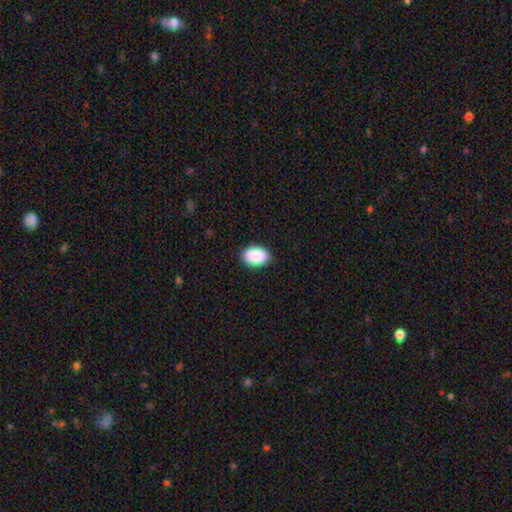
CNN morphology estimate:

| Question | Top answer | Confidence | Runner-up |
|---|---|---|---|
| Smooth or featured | smooth | 91% | star or artifact (6%) |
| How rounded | in between | 88% | round (11%) |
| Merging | none | 87% | minor disturbance (10%) |